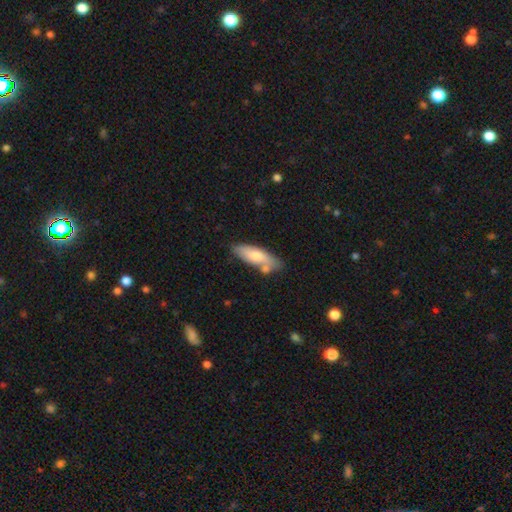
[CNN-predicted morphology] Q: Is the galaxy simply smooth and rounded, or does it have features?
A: smooth — 68%.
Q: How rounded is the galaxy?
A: in between — 57%.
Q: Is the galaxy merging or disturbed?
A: none — 67%.